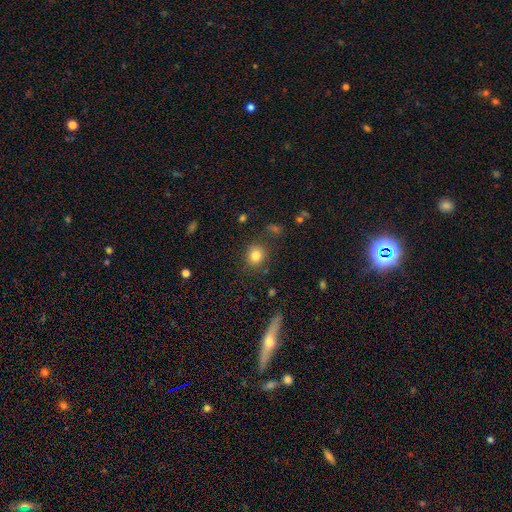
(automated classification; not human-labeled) Q: Smooth or featured?
A: smooth (82%); runner-up: star or artifact (11%)
Q: How rounded?
A: round (82%); runner-up: in between (17%)
Q: Merging?
A: none (84%); runner-up: minor disturbance (10%)